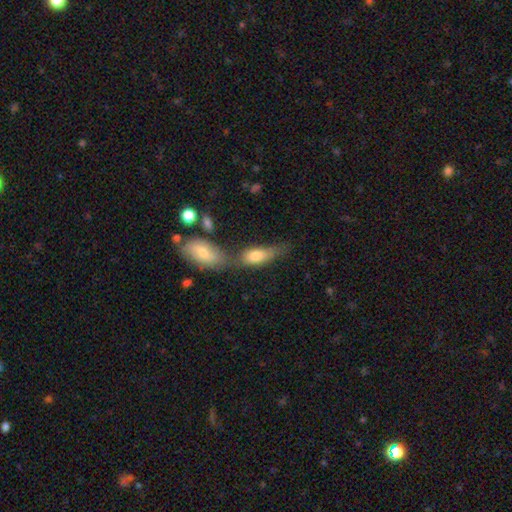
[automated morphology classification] Smooth or featured?
  - smooth: 74% *
  - featured or disk: 19%
  - star or artifact: 7%
How rounded?
  - in between: 74% *
  - cigar-shaped: 22%
  - round: 4%
Merging?
  - merger: 37% *
  - none: 36%
  - minor disturbance: 18%
  - major disturbance: 9%